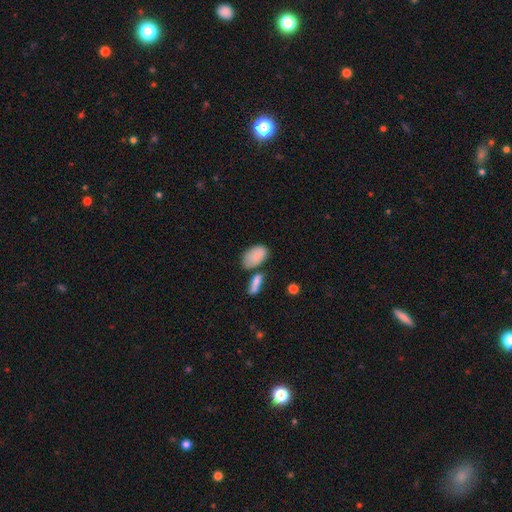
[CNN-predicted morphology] This is clearly a smooth galaxy (81%). How rounded: clearly in between (92%). Merging: possibly none (54%).